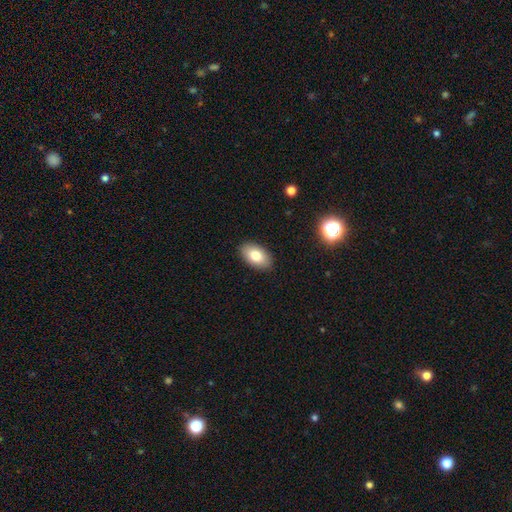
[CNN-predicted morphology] Q: Smooth or featured?
A: smooth (79%); runner-up: featured or disk (13%)
Q: How rounded?
A: in between (93%); runner-up: round (5%)
Q: Merging?
A: none (89%); runner-up: minor disturbance (8%)